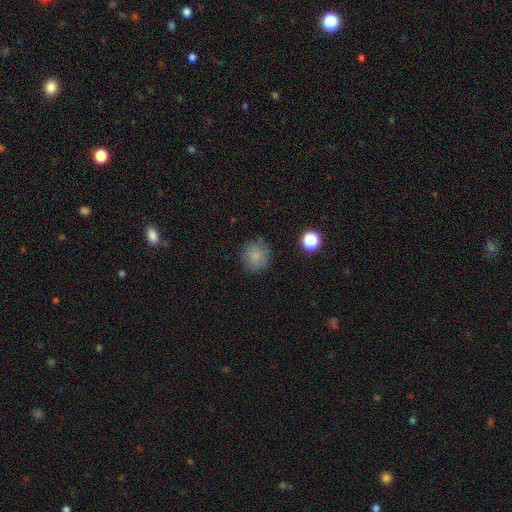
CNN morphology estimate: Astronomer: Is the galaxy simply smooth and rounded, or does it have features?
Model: smooth — 79%.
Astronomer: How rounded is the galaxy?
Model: round — 90%.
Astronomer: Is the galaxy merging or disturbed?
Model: none — 80%.